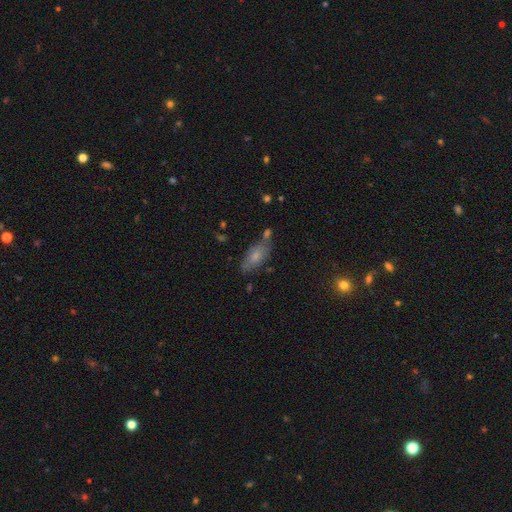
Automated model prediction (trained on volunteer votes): Morphology: type=smooth (65%); roundness=in between (79%); merging=none (63%).